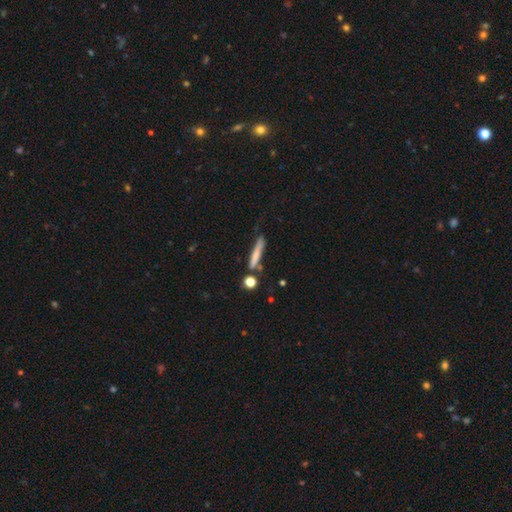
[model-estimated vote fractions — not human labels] Smooth or featured? smooth (65%)
How rounded? cigar-shaped (89%)
Merging? none (62%)